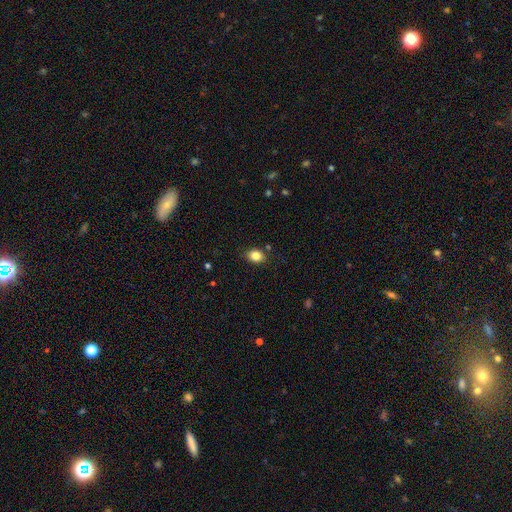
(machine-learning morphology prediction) Smooth or featured? smooth (84%)
How rounded? in between (61%)
Merging? none (83%)